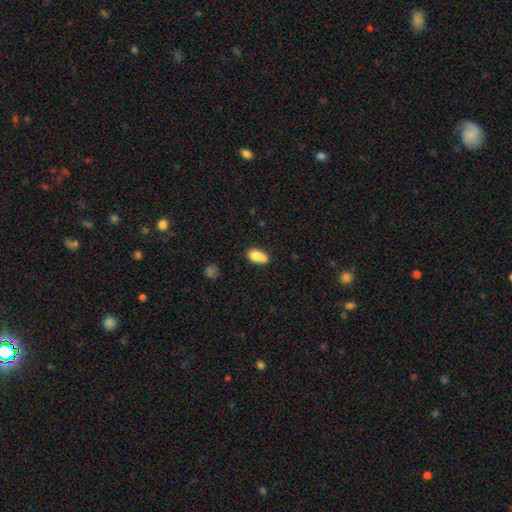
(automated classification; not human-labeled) Smooth or featured?
  - smooth: 77% *
  - featured or disk: 14%
  - star or artifact: 9%
How rounded?
  - in between: 77% *
  - round: 21%
  - cigar-shaped: 2%
Merging?
  - merger: 45% *
  - none: 33%
  - minor disturbance: 16%
  - major disturbance: 6%